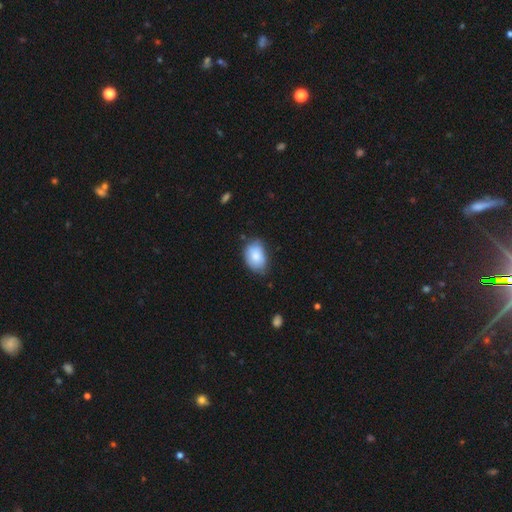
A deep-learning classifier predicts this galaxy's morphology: smooth_or_featured: smooth (p=0.81) [alt: featured or disk p=0.13]
how_rounded: in between (p=0.82) [alt: round p=0.17]
merging: none (p=0.65) [alt: minor disturbance p=0.28]